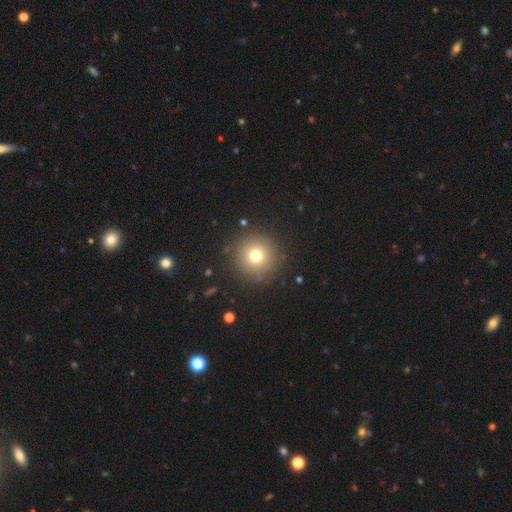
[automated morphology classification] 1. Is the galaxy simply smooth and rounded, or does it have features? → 74% smooth, 15% star or artifact, 11% featured or disk.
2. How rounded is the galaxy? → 96% round, 3% in between, 1% cigar-shaped.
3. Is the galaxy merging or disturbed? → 89% none, 6% minor disturbance, 3% major disturbance, 2% merger.